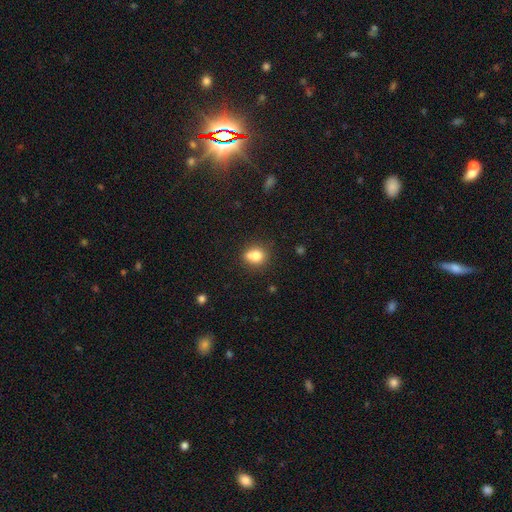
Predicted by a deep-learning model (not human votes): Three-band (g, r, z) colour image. It shows a smooth galaxy with no disk features (76%) that is round (67%). Merging: none (53%).